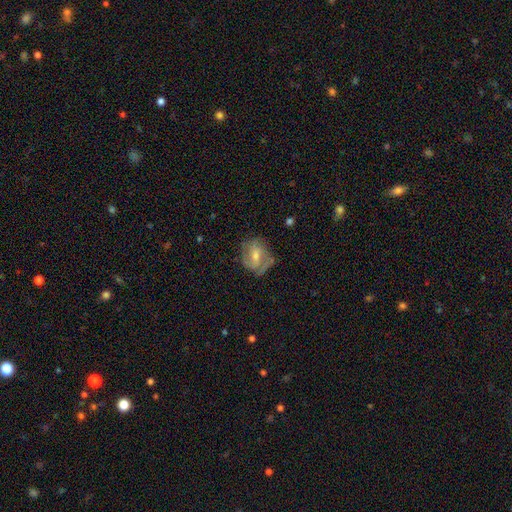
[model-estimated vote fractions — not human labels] Overall: featured or disk (71%). Edge-on disk: no (97%). Bar: weak (46%; no 37%). Spiral arms: yes (86%). Spiral arm count: 2 (40%; can't tell 27%). Spiral winding: medium (42%; tight 40%). Bulge size: moderate (51%; small 43%). Merging: none (64%).